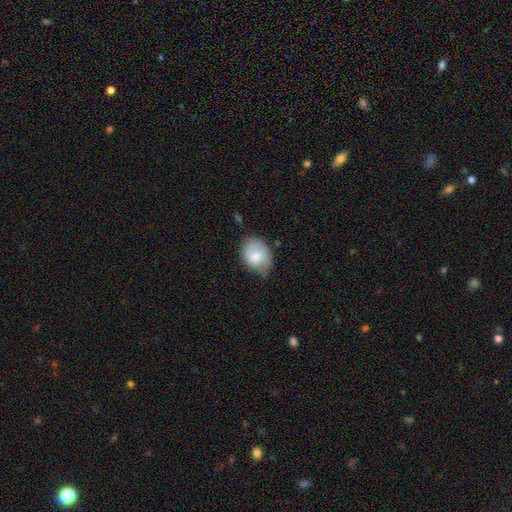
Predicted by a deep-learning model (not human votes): Overall: smooth (75%). How rounded: in between (69%; round 30%). Merging: none (61%; minor disturbance 30%).